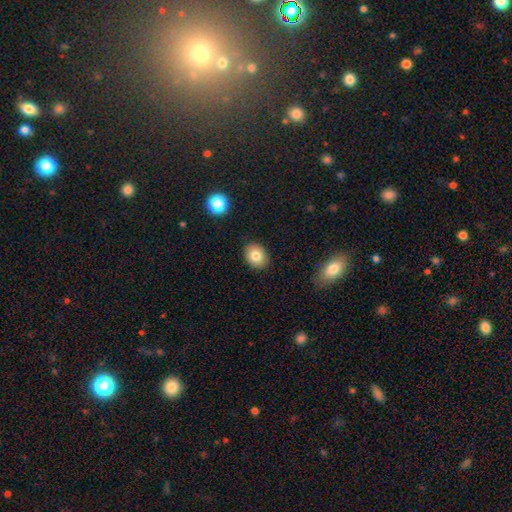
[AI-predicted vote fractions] Q: Smooth or featured?
A: smooth (81%); runner-up: featured or disk (10%)
Q: How rounded?
A: in between (62%); runner-up: round (37%)
Q: Merging?
A: none (88%); runner-up: minor disturbance (9%)